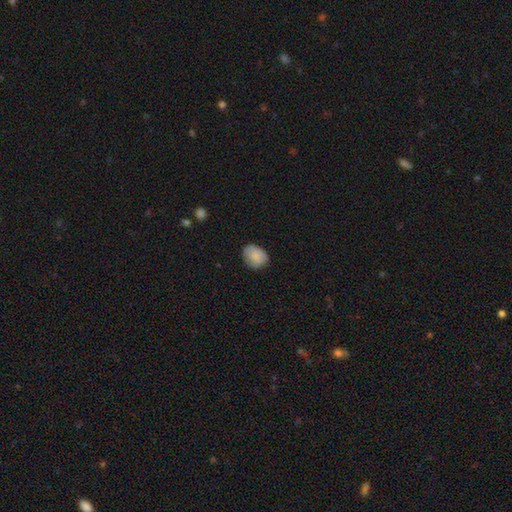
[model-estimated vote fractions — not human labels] Smooth or featured?
  - smooth: 82% *
  - featured or disk: 11%
  - star or artifact: 7%
How rounded?
  - in between: 58% *
  - round: 41%
  - cigar-shaped: 1%
Merging?
  - none: 75% *
  - minor disturbance: 20%
  - major disturbance: 4%
  - merger: 1%